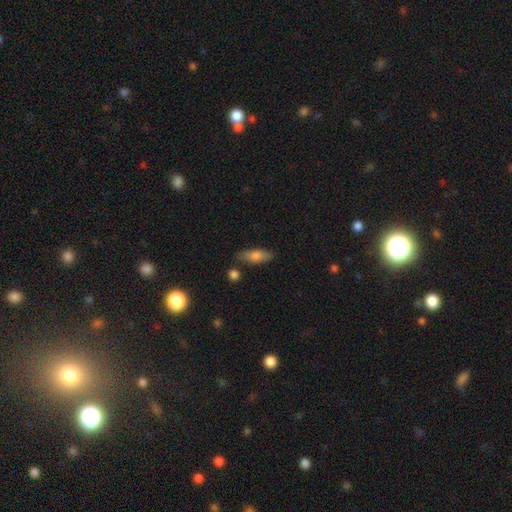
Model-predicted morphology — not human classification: A smooth galaxy with no disk features (76%) that is in between round and cigar-shaped (65%). Merging: none (75%).